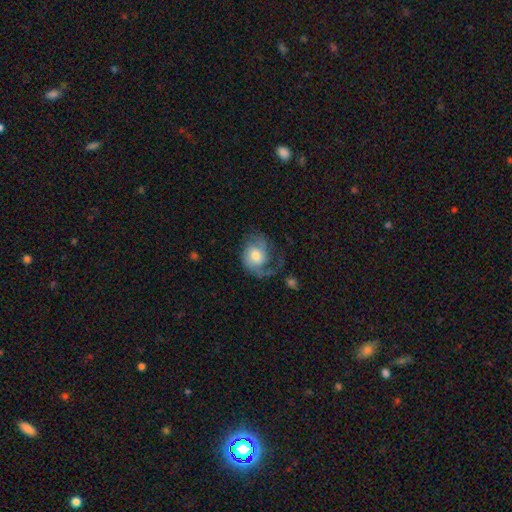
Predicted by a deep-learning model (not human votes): A featured or disk galaxy (65%) with no bar (69%), 2 (46%) medium (43%) spiral arms (89%) and a moderate central bulge (62%). Merging: none (41%).